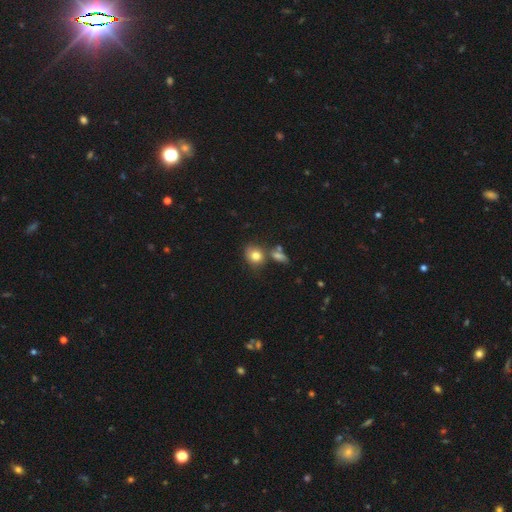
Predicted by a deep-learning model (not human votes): smooth-or-featured: smooth: 80% | featured or disk: 10% | star or artifact: 10%
  how-rounded: round: 57% | in between: 41% | cigar-shaped: 1%
  merging: none: 56% | merger: 20% | minor disturbance: 18% | major disturbance: 6%